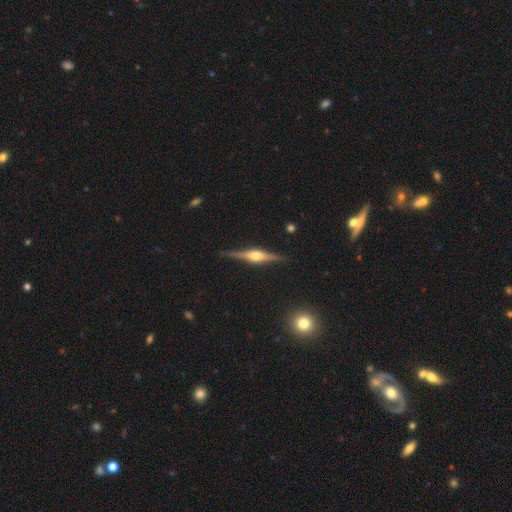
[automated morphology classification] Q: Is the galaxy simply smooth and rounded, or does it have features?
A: featured or disk — 82%.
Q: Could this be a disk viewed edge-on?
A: yes — 98%.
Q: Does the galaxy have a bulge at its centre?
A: rounded — 89%.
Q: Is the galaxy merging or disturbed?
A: none — 89%.